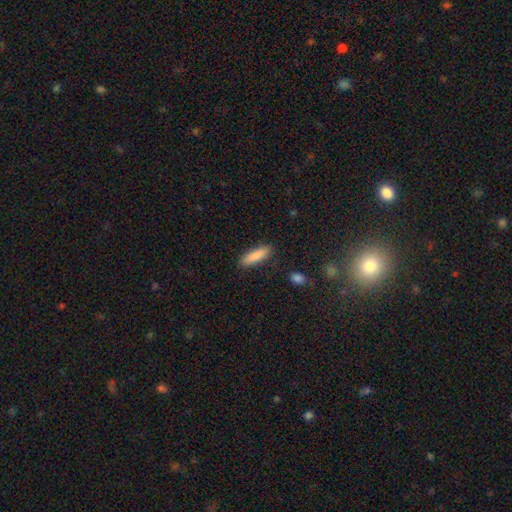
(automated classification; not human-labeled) Morphology: type=smooth (86%); roundness=cigar-shaped (66%); merging=none (88%).